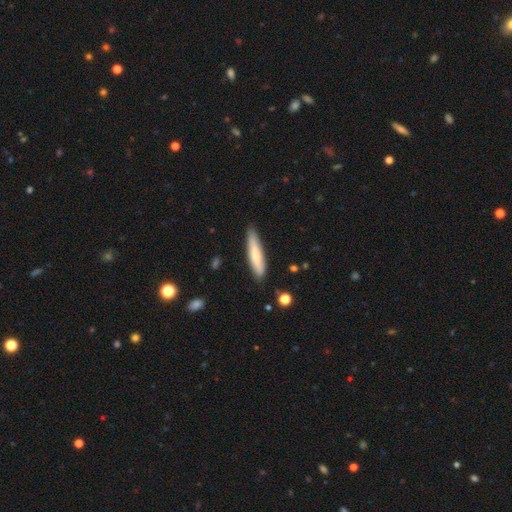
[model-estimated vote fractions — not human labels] Morphology: type=smooth (68%); roundness=cigar-shaped (83%); merging=none (83%).